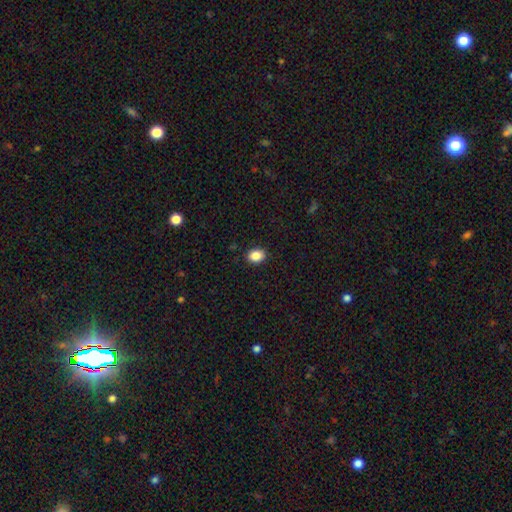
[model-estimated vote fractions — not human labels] This is clearly a smooth galaxy (87%). How rounded: likely in between (61%). Merging: clearly none (90%).